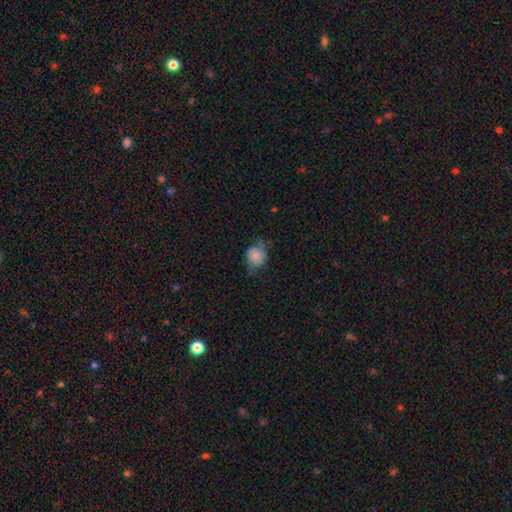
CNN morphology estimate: A smooth galaxy with no disk features (65%) that is round (62%). Merging: none (55%).